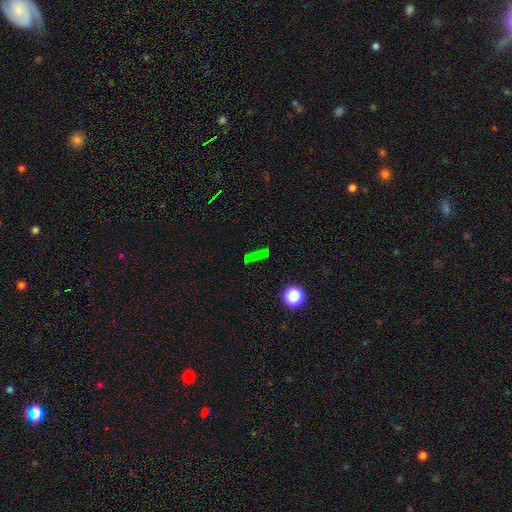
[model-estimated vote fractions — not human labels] This is possibly a star or artifact rather than a galaxy (48%).